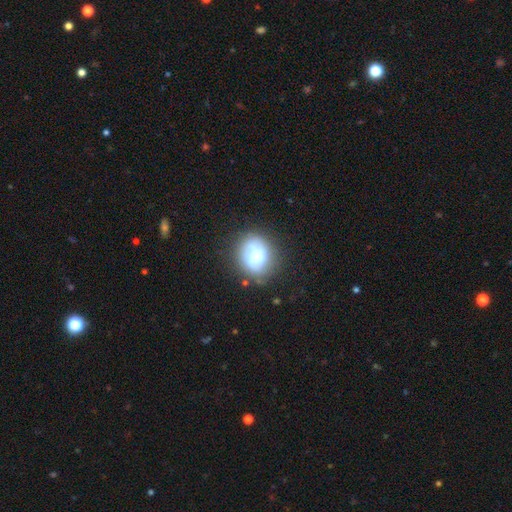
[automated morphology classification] smooth 46% (tied), featured or disk 46% (tied), star or artifact 9%. Down the decision tree: merging — none (58%).